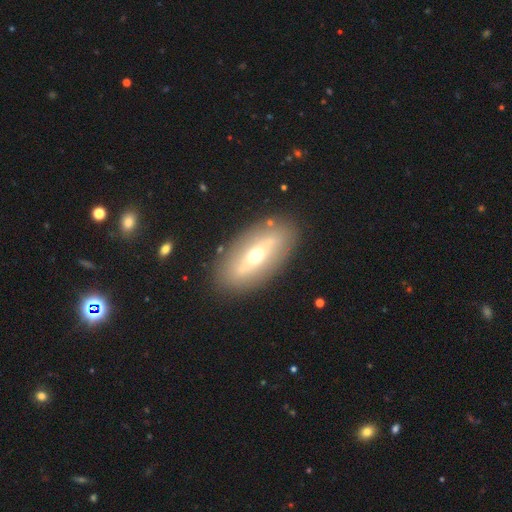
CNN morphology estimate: This appears to be a featured or disk galaxy (53%). Merging: none (85%).